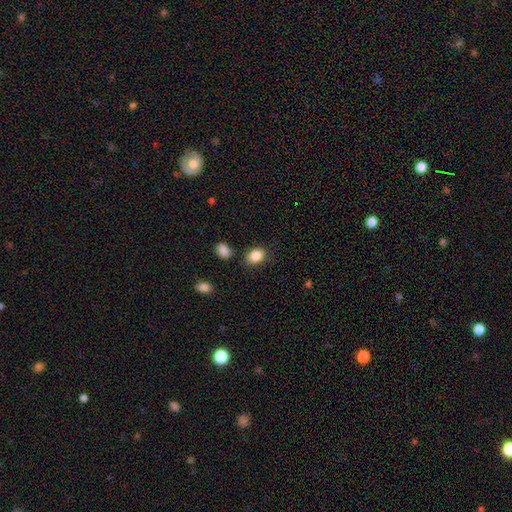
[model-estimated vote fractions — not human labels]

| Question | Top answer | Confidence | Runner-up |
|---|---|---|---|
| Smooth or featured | smooth | 88% | star or artifact (8%) |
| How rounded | in between | 77% | round (22%) |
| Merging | none | 78% | minor disturbance (13%) |